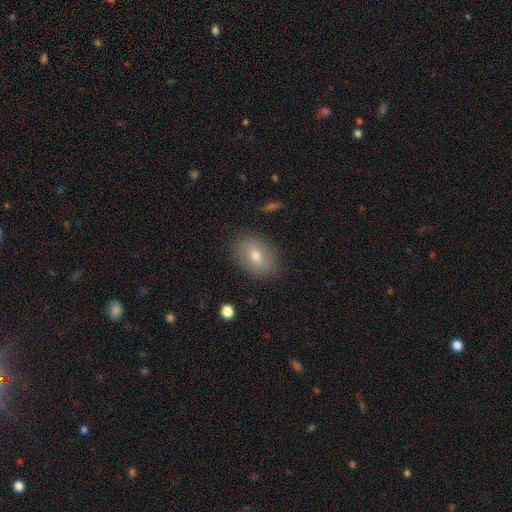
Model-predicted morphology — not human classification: Q: Smooth or featured?
A: smooth (72%); runner-up: featured or disk (19%)
Q: How rounded?
A: in between (78%); runner-up: round (21%)
Q: Merging?
A: none (86%); runner-up: minor disturbance (10%)